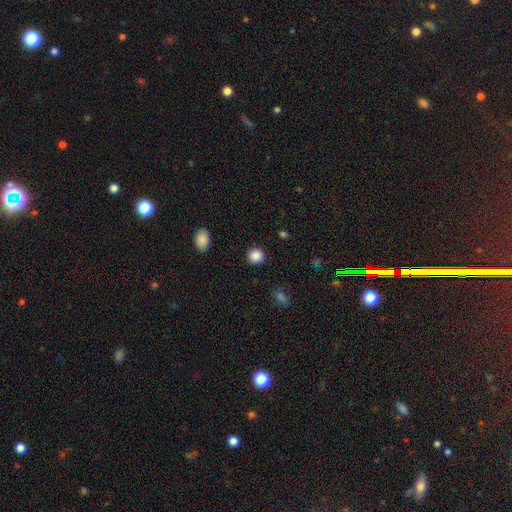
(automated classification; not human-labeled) smooth 88%, star or artifact 9%, featured or disk 3%. Down the decision tree: how rounded — round (87%); merging — none (90%).